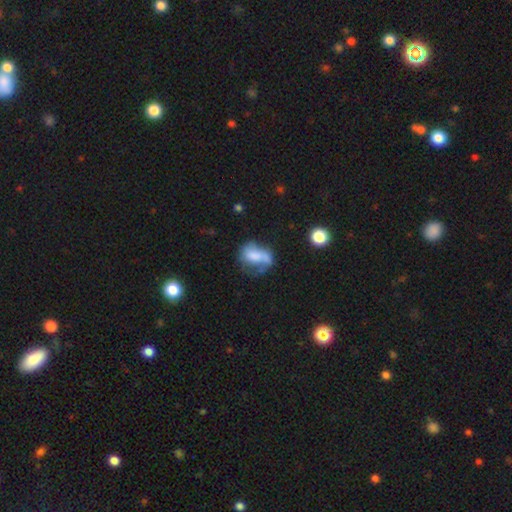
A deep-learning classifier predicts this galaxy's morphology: This is possibly a smooth galaxy (54%). How rounded: likely in between (75%). Merging: marginally major disturbance (34%).